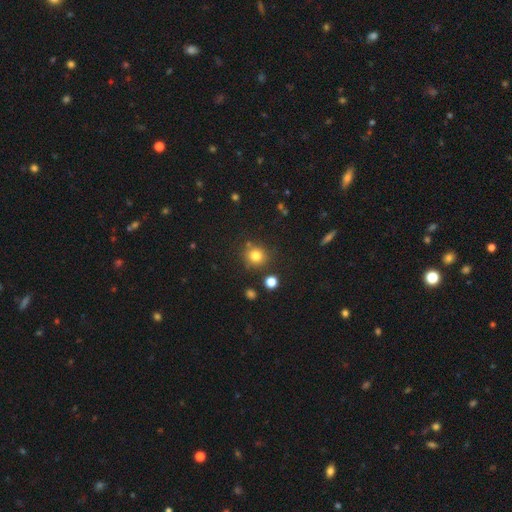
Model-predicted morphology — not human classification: Smooth or featured? smooth (80%)
How rounded? round (90%)
Merging? none (81%)